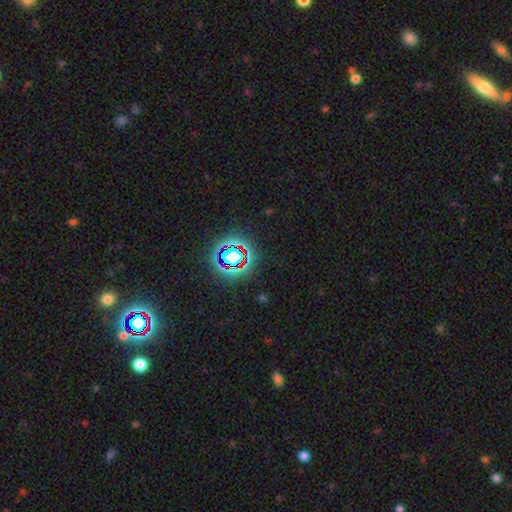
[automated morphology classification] A star or artifact, not a galaxy (75%).